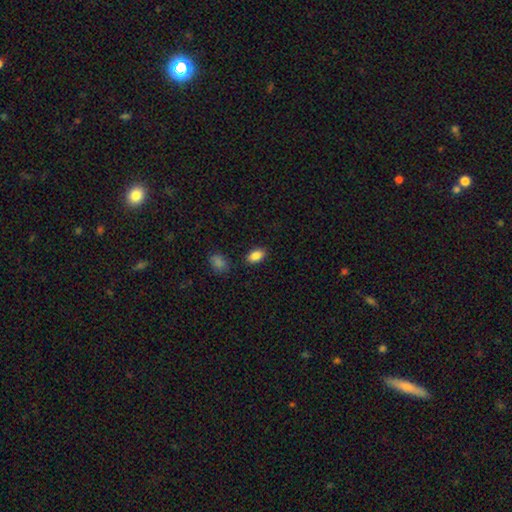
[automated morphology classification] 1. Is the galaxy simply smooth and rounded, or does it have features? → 86% smooth, 8% star or artifact, 6% featured or disk.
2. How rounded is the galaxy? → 91% in between, 7% round, 2% cigar-shaped.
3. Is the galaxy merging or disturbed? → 86% none, 9% minor disturbance, 2% merger, 2% major disturbance.